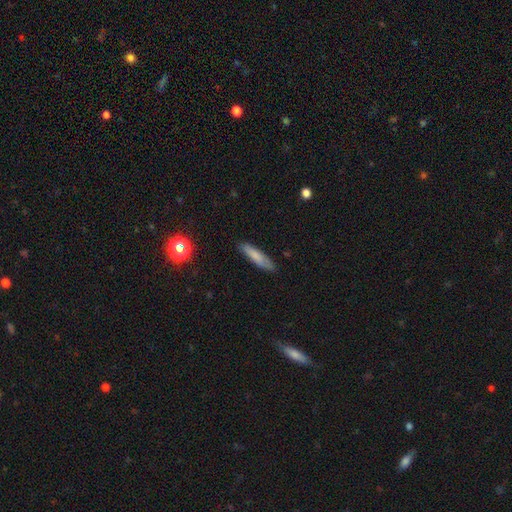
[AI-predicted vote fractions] A smooth galaxy with no disk features (77%) that is cigar-shaped (80%). Merging: none (84%).